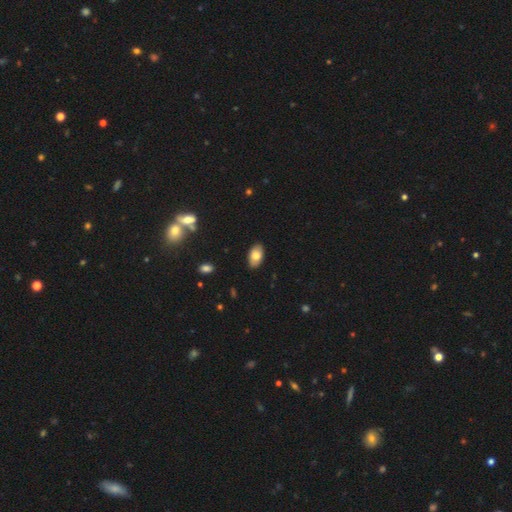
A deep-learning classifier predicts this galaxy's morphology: A smooth galaxy with no disk features (78%) that is in between round and cigar-shaped (94%).

Vote fractions:
- Smooth or featured? smooth: 78% / featured or disk: 15% / star or artifact: 8%
- How rounded? in between: 94% / round: 4% / cigar-shaped: 2%
- Merging? none: 87% / minor disturbance: 10% / major disturbance: 2% / merger: 1%